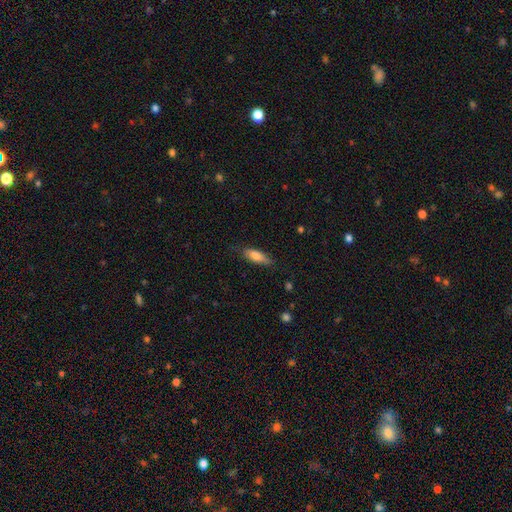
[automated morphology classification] type=smooth (76%); roundness=in between (57%); merging=none (73%).